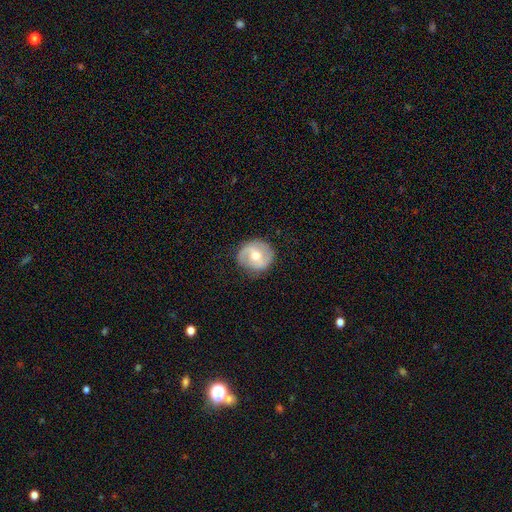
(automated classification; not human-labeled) Smooth or featured: featured or disk — 63% (smooth — 31%)
Edge-on disk: no — 97% (yes — 3%)
Bar: weak — 44% (no — 36%)
Spiral arms: yes — 76% (no — 24%)
Bulge size: moderate — 71% (small — 23%)
Merging: none — 82% (minor disturbance — 13%)